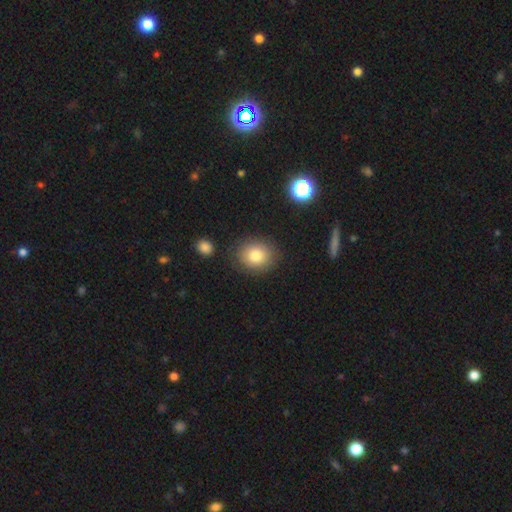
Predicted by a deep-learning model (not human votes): Q: Smooth or featured?
A: smooth (81%); runner-up: star or artifact (10%)
Q: How rounded?
A: round (70%); runner-up: in between (29%)
Q: Merging?
A: none (85%); runner-up: minor disturbance (9%)